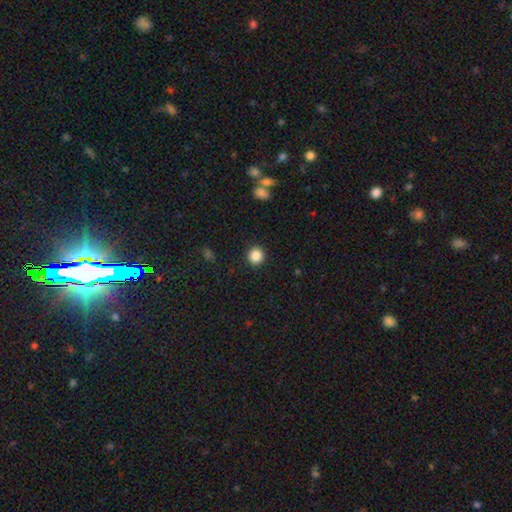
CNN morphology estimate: A smooth galaxy with no disk features (86%) that is round (92%).

Vote fractions:
- Smooth or featured? smooth: 86% / star or artifact: 10% / featured or disk: 4%
- How rounded? round: 92% / in between: 7% / cigar-shaped: 1%
- Merging? none: 92% / minor disturbance: 5% / major disturbance: 2% / merger: 1%